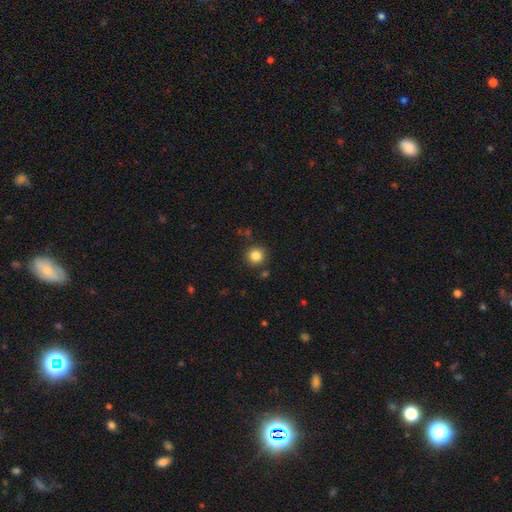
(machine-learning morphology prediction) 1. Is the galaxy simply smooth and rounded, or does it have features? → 84% smooth, 11% star or artifact, 5% featured or disk.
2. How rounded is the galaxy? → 94% round, 5% in between, 1% cigar-shaped.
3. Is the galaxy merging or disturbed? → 86% none, 8% minor disturbance, 3% merger, 3% major disturbance.